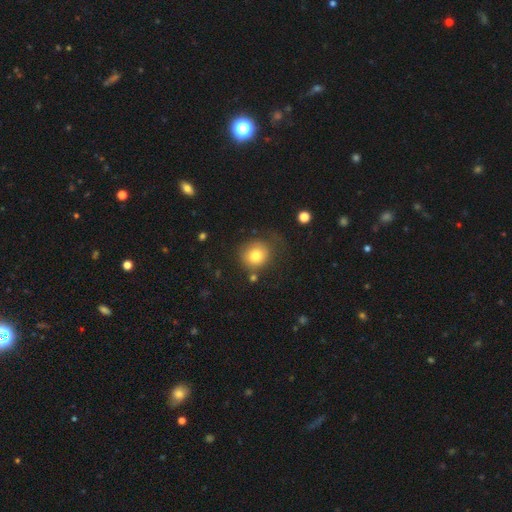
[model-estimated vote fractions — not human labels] A smooth galaxy with no disk features (79%) that is round (84%).

Vote fractions:
- Smooth or featured? smooth: 79% / featured or disk: 11% / star or artifact: 10%
- How rounded? round: 84% / in between: 15% / cigar-shaped: 1%
- Merging? none: 64% / minor disturbance: 20% / major disturbance: 10% / merger: 5%